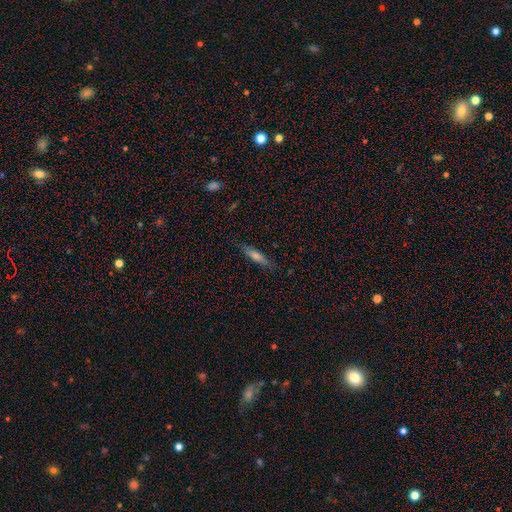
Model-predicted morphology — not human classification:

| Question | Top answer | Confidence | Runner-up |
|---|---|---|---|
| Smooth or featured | smooth | 54% | featured or disk (38%) |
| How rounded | cigar-shaped | 84% | in between (14%) |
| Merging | none | 84% | minor disturbance (12%) |